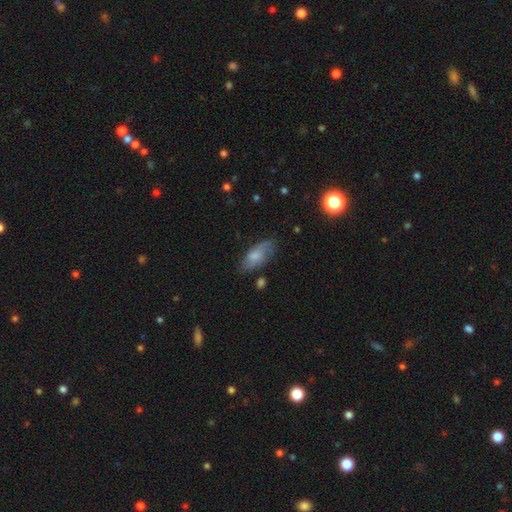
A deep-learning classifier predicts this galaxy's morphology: This appears to be a smooth galaxy with no disk features (61%) that is in between round and cigar-shaped (86%). Merging: none (66%).